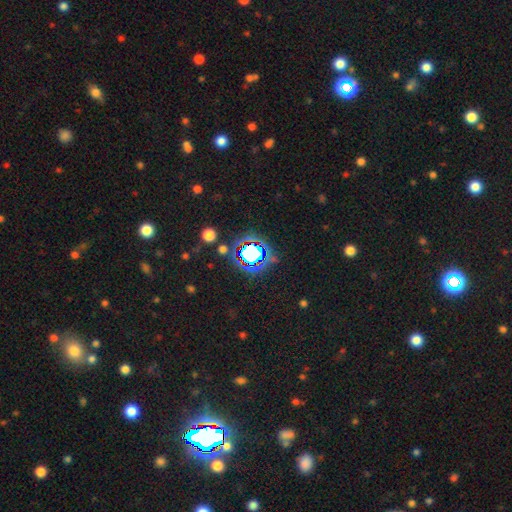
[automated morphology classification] Overall: star or artifact (77%).